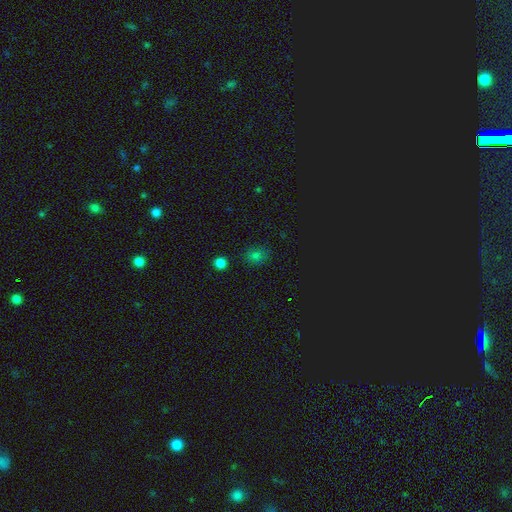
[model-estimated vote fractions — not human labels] Overall: smooth (73%). How rounded: round (61%; in between 38%). Merging: none (78%).